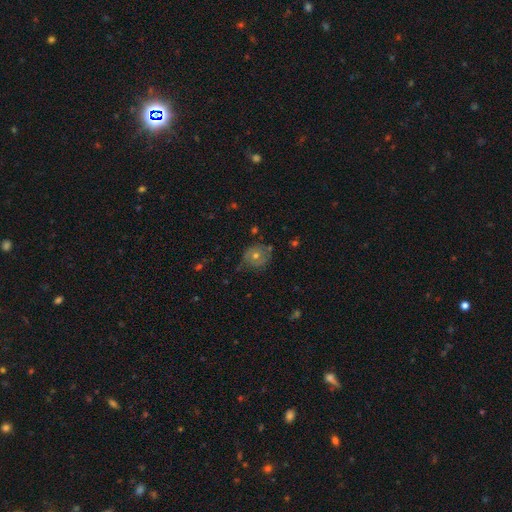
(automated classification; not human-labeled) Q: Smooth or featured?
A: featured or disk (48%); runner-up: smooth (38%)
Q: Merging?
A: none (70%); runner-up: minor disturbance (20%)